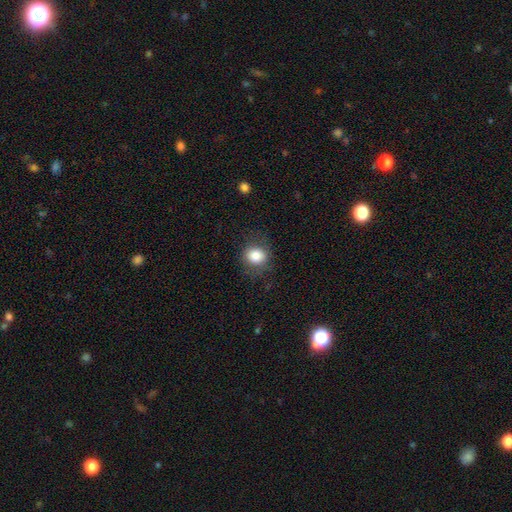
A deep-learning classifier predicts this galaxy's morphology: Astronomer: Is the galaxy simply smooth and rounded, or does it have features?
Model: smooth — 83%.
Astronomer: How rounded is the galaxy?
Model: round — 74%.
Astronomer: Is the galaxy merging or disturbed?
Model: none — 78%.